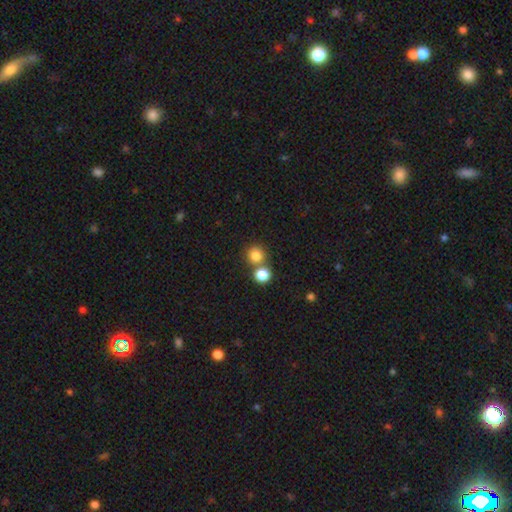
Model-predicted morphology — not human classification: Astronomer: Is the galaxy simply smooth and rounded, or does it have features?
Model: smooth — 82%.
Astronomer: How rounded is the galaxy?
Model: round — 89%.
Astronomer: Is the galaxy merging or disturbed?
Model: none — 62%.